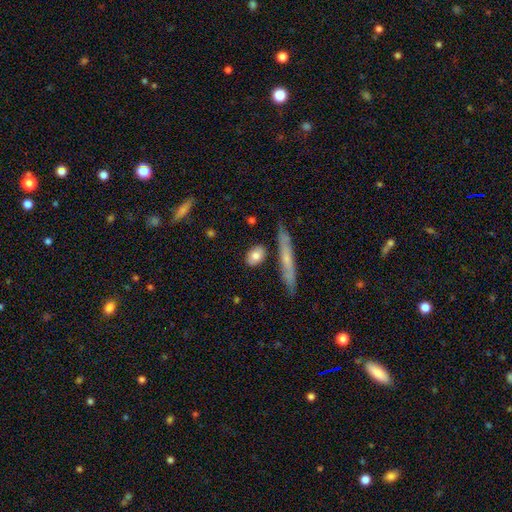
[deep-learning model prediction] Smooth or featured? smooth (78%)
How rounded? in between (69%)
Merging? none (77%)